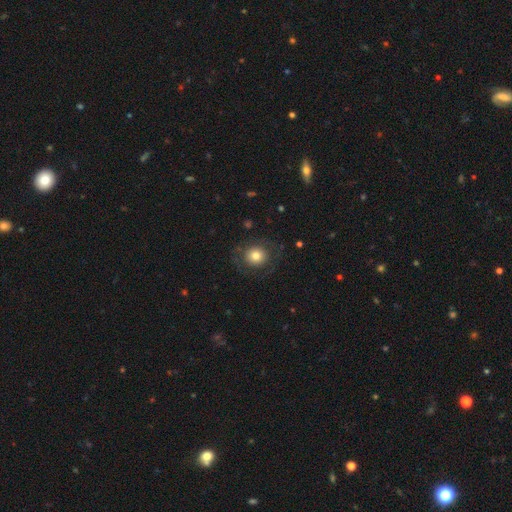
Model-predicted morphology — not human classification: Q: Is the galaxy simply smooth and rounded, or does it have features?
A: smooth — 71%.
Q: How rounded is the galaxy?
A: round — 86%.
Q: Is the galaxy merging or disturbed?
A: none — 78%.